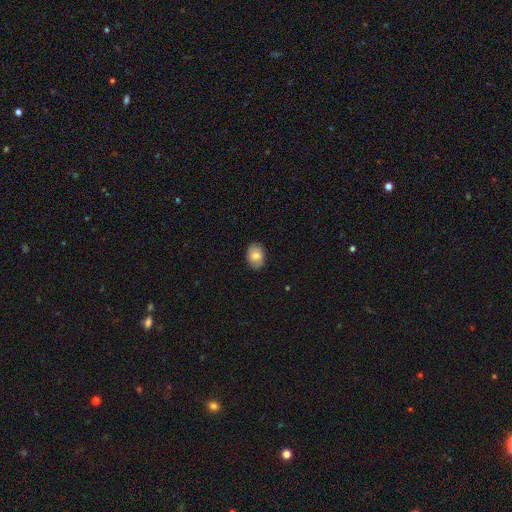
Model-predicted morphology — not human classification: Smooth or featured: smooth — 77% (featured or disk — 15%)
How rounded: in between — 68% (round — 31%)
Merging: none — 86% (minor disturbance — 11%)